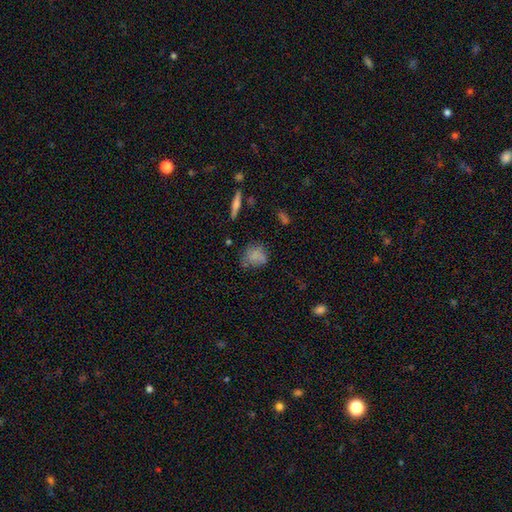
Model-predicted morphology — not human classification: This is likely a smooth galaxy (74%). How rounded: likely round (62%). Merging: possibly none (56%).